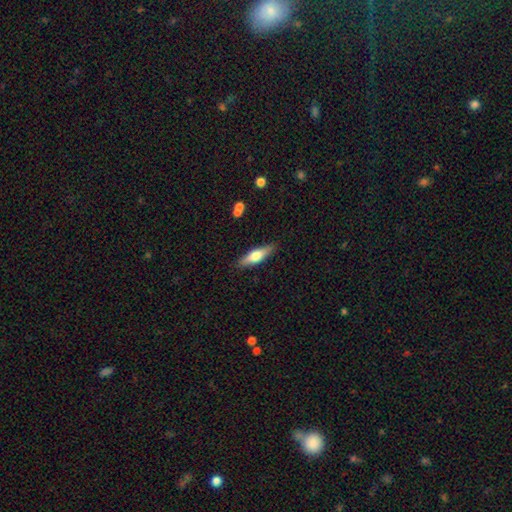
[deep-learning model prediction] smooth-or-featured: smooth: 55% | featured or disk: 39% | star or artifact: 6%
  how-rounded: cigar-shaped: 61% | in between: 37% | round: 2%
  merging: none: 87% | minor disturbance: 10% | major disturbance: 2% | merger: 2%